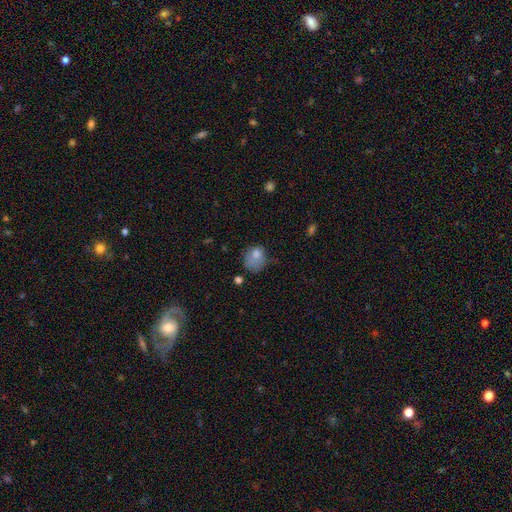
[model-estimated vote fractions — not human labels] Smooth or featured? smooth (75%)
How rounded? round (56%)
Merging? none (37%)